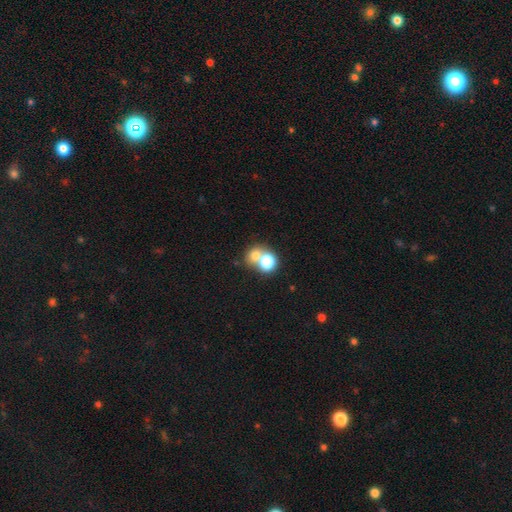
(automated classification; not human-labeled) A smooth galaxy with no disk features (70%) that is round (71%).

Vote fractions:
- Smooth or featured? smooth: 70% / featured or disk: 15% / star or artifact: 15%
- How rounded? round: 71% / in between: 28% / cigar-shaped: 1%
- Merging? merger: 54% / none: 36% / minor disturbance: 7% / major disturbance: 4%